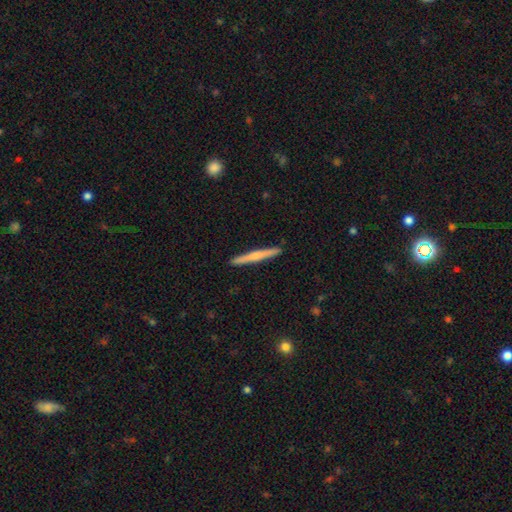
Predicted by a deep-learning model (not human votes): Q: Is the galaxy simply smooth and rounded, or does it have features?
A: featured or disk — 51%.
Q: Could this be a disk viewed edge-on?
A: yes — 98%.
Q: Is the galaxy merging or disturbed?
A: none — 92%.